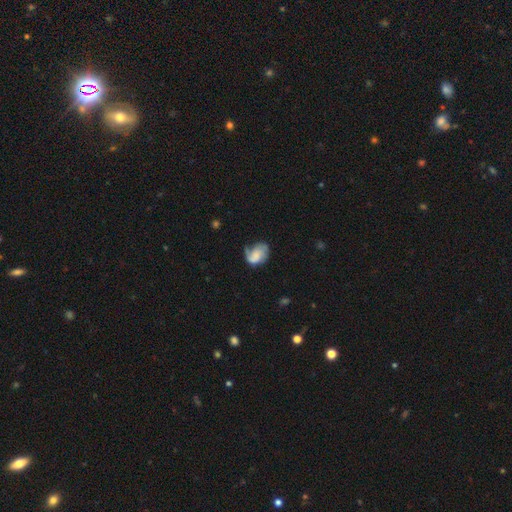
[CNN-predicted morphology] Q: Smooth or featured?
A: featured or disk (49%); runner-up: smooth (42%)
Q: Merging?
A: none (42%); runner-up: minor disturbance (31%)